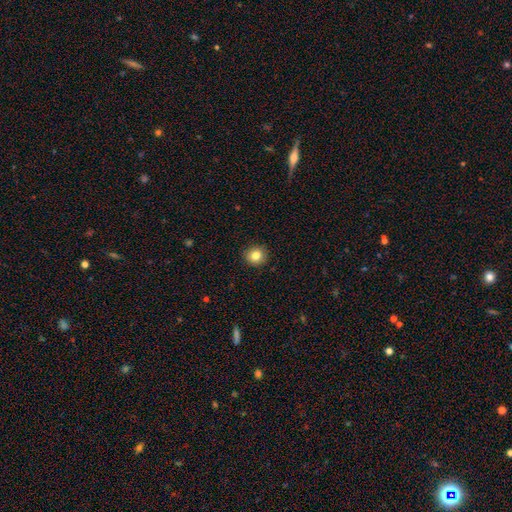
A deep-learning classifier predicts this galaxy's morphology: smooth_or_featured: smooth (p=0.83) [alt: star or artifact p=0.10]
how_rounded: round (p=0.88) [alt: in between p=0.11]
merging: none (p=0.92) [alt: minor disturbance p=0.06]